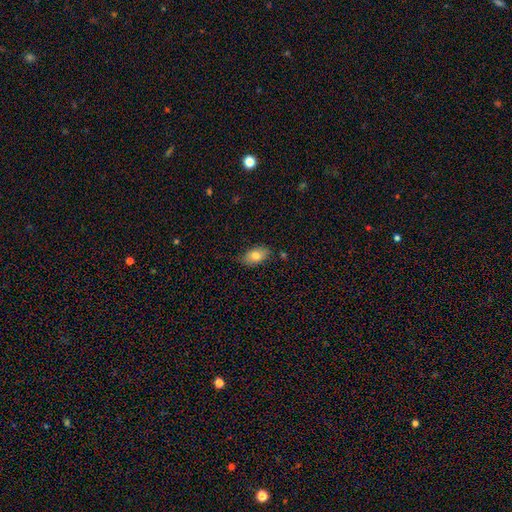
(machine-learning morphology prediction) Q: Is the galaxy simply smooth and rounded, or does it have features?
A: smooth — 79%.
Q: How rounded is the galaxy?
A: in between — 88%.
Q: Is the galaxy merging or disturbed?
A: none — 75%.